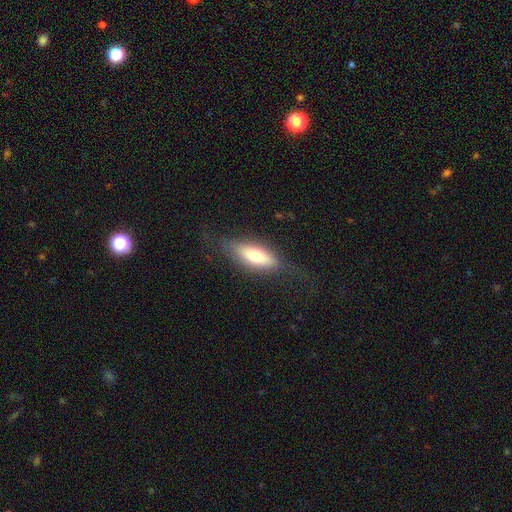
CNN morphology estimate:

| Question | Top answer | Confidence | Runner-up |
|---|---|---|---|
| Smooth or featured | smooth | 63% | featured or disk (30%) |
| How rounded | in between | 68% | cigar-shaped (29%) |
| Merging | none | 72% | minor disturbance (18%) |